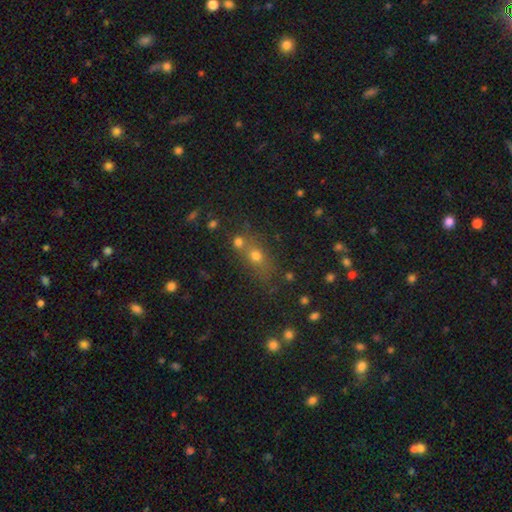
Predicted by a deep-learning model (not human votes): Overall: smooth (61%; star or artifact 23%). How rounded: round (51%; in between 42%). Merging: none (53%; merger 31%).